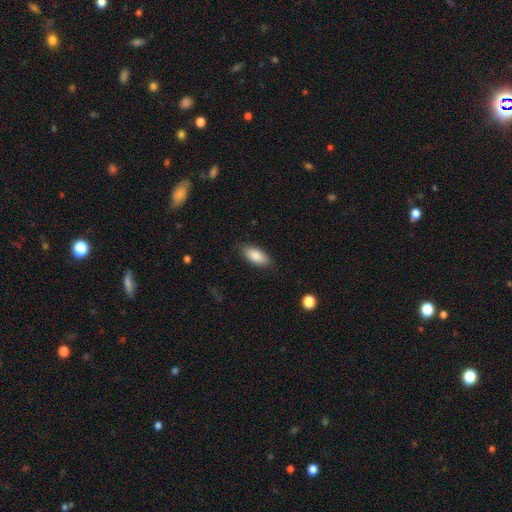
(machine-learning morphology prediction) Overall: smooth (86%). How rounded: in between (87%). Merging: none (83%).